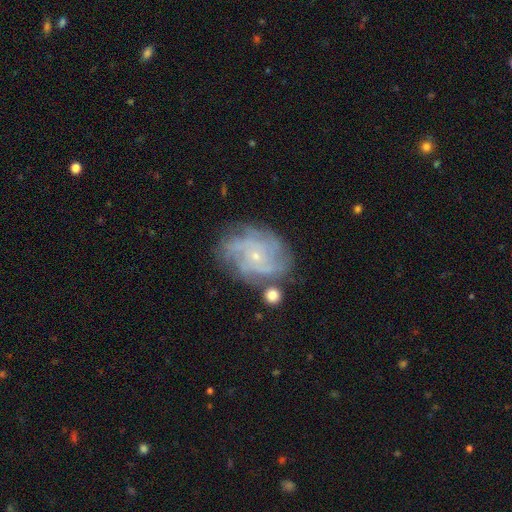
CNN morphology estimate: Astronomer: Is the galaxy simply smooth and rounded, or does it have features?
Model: featured or disk — 82%.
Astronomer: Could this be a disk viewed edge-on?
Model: no — 97%.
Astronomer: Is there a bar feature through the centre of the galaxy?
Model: no — 79%.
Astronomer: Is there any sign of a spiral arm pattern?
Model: yes — 94%.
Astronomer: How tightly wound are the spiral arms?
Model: tight — 55% (runner-up: medium, 34%).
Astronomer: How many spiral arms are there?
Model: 4 — 30% (runner-up: can't tell, 27%).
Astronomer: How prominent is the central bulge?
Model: small — 84%.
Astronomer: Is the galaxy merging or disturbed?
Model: none — 70%.